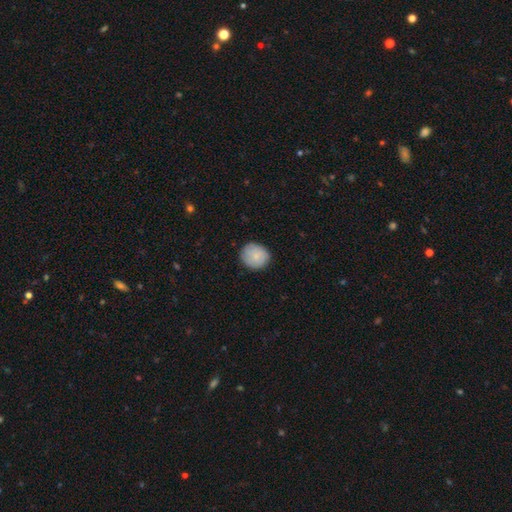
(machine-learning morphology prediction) Smooth or featured?
  - smooth: 84% *
  - featured or disk: 10%
  - star or artifact: 6%
How rounded?
  - round: 83% *
  - in between: 16%
  - cigar-shaped: 1%
Merging?
  - none: 85% *
  - minor disturbance: 12%
  - major disturbance: 2%
  - merger: 1%